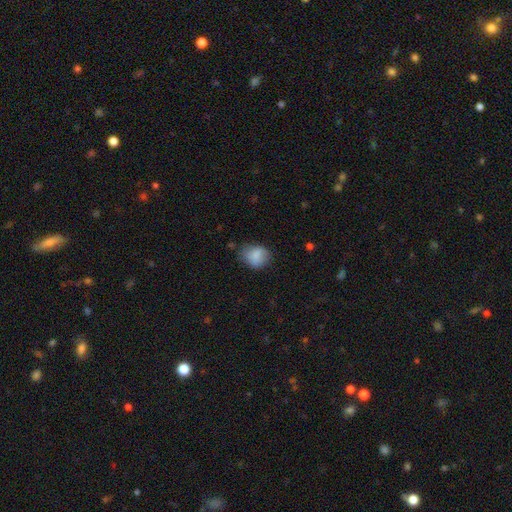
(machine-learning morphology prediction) Overall: smooth (84%). How rounded: round (52%; in between 47%). Merging: none (67%).